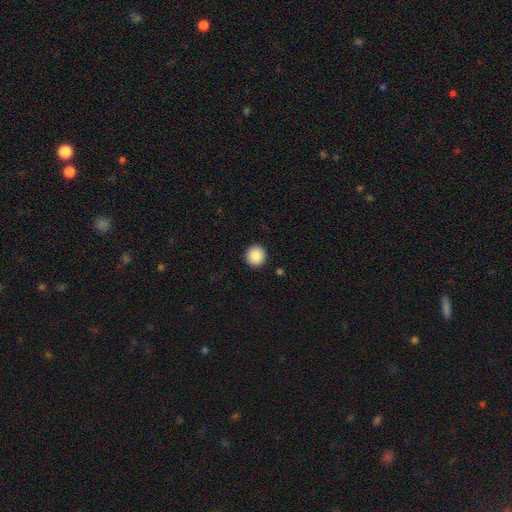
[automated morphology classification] A smooth galaxy with no disk features (88%) that is round (94%).

Vote fractions:
- Smooth or featured? smooth: 88% / star or artifact: 8% / featured or disk: 4%
- How rounded? round: 94% / in between: 5% / cigar-shaped: 1%
- Merging? none: 93% / minor disturbance: 4% / major disturbance: 2% / merger: 1%